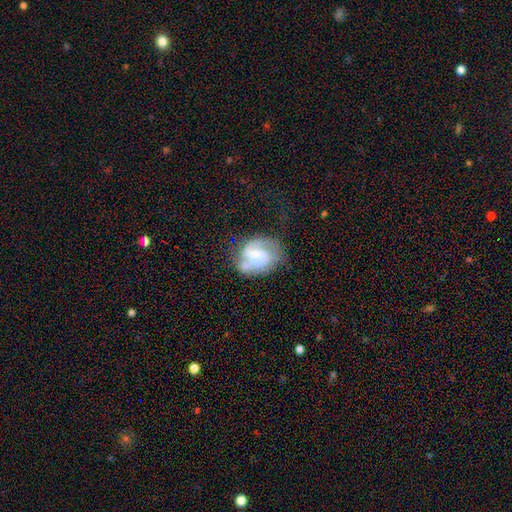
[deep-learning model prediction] Morphology: type=featured or disk (74%); edge-on=no (98%); bar=weak (47%); spiral arms=yes (87%); winding=medium (49%); arm count=2 (70%); bulge=small (39%); merging=none (47%).